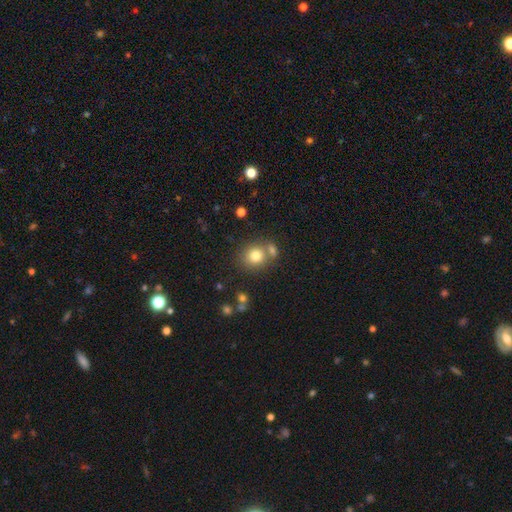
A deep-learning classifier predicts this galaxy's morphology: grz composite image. It shows a smooth galaxy with no disk features (78%) that is round (81%). Merging: none (64%).